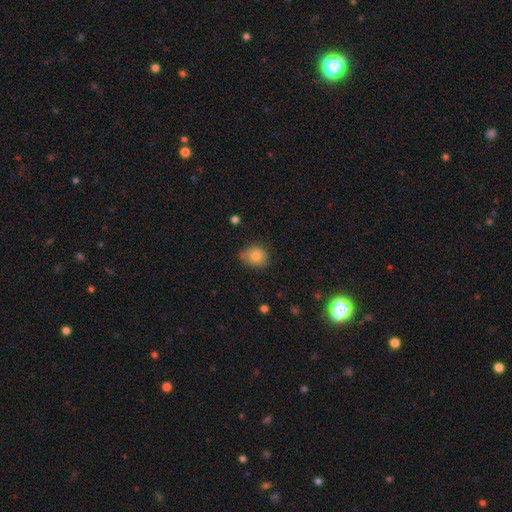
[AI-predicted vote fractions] smooth-or-featured: smooth: 79% | featured or disk: 11% | star or artifact: 9%
  how-rounded: round: 56% | in between: 43% | cigar-shaped: 1%
  merging: none: 70% | minor disturbance: 25% | major disturbance: 4% | merger: 2%